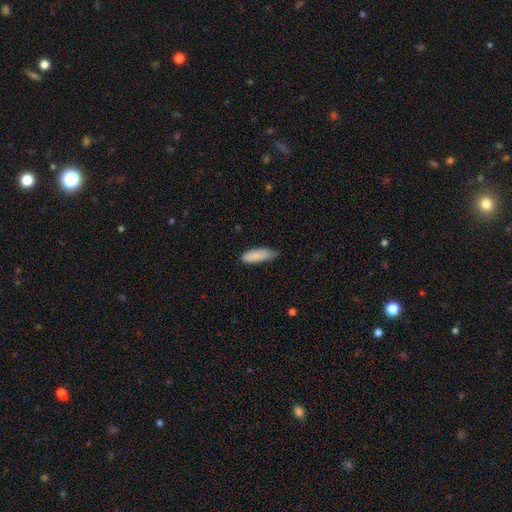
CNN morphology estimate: Smooth or featured?
  - smooth: 87% *
  - featured or disk: 7%
  - star or artifact: 6%
How rounded?
  - in between: 59% *
  - cigar-shaped: 39%
  - round: 2%
Merging?
  - none: 68% *
  - minor disturbance: 27%
  - major disturbance: 3%
  - merger: 1%